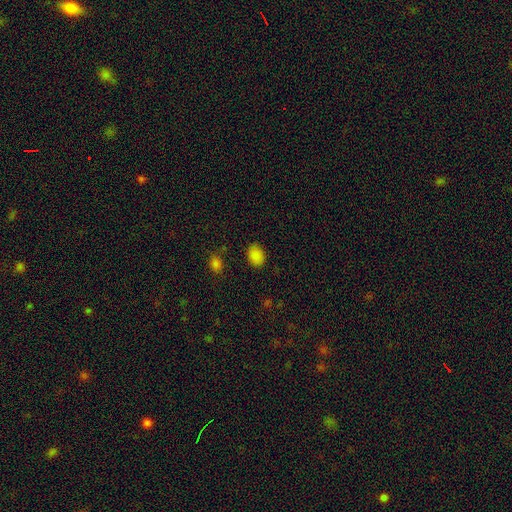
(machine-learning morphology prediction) A smooth galaxy with no disk features (84%) that is in between round and cigar-shaped (67%). Merging: none (83%).